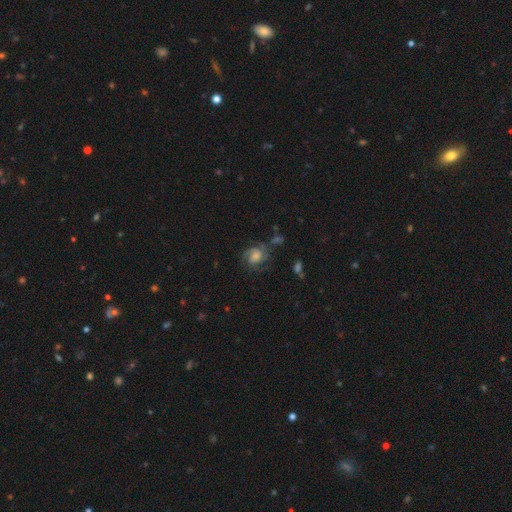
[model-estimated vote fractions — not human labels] featured or disk 73%, smooth 17%, star or artifact 10%. Down the decision tree: edge-on disk — no (98%); bar — no (54%); spiral arms — yes (94%); spiral arm count — 2 (57%); spiral winding — tight (46%); bulge size — moderate (45%); merging — none (66%).